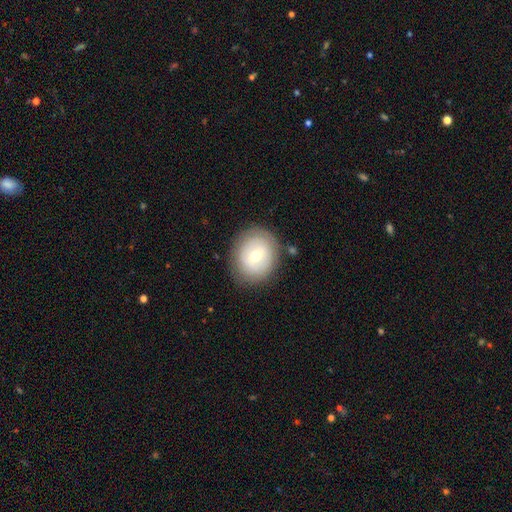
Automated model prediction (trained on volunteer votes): This is possibly a smooth galaxy (58%). How rounded: likely round (74%). Merging: clearly none (82%).